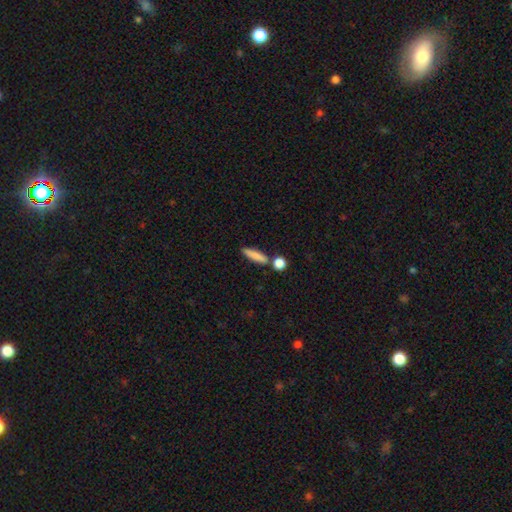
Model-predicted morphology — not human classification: type=smooth (82%); roundness=cigar-shaped (71%); merging=none (72%).